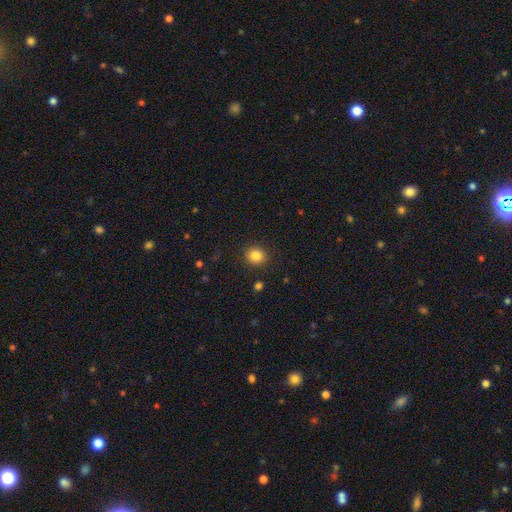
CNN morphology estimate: A smooth galaxy with no disk features (85%) that is round (86%).

Vote fractions:
- Smooth or featured? smooth: 85% / star or artifact: 11% / featured or disk: 4%
- How rounded? round: 86% / in between: 13% / cigar-shaped: 1%
- Merging? none: 90% / minor disturbance: 7% / major disturbance: 2% / merger: 1%